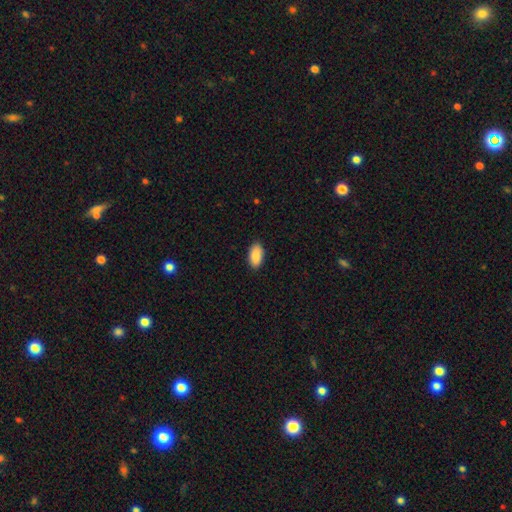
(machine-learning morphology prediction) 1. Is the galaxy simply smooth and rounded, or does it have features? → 89% smooth, 6% star or artifact, 5% featured or disk.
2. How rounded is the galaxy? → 94% in between, 3% round, 2% cigar-shaped.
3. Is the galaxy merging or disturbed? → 88% none, 9% minor disturbance, 2% major disturbance, 1% merger.